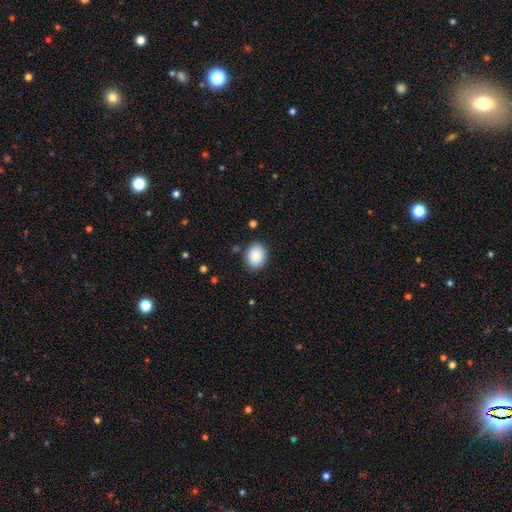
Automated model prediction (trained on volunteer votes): Smooth or featured? smooth (88%)
How rounded? in between (56%)
Merging? none (85%)